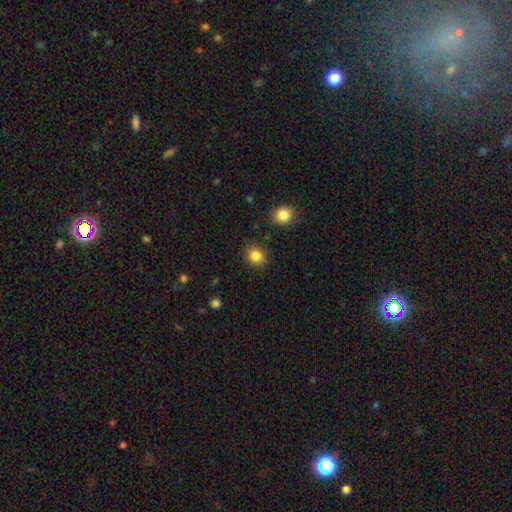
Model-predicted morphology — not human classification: Overall: smooth (85%). How rounded: round (79%). Merging: none (86%).